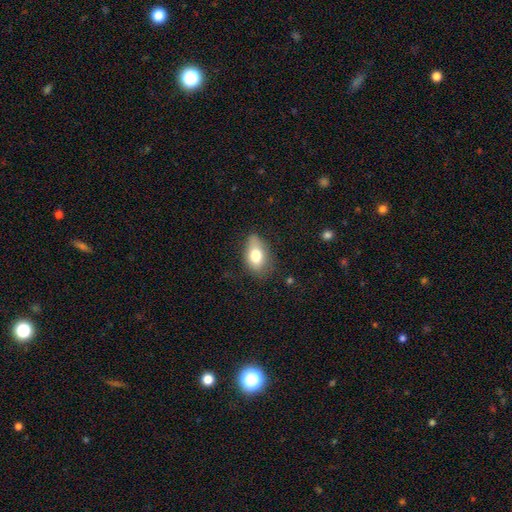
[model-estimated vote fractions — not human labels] A smooth galaxy with no disk features (75%) that is in between round and cigar-shaped (88%).

Vote fractions:
- Smooth or featured? smooth: 75% / featured or disk: 17% / star or artifact: 8%
- How rounded? in between: 88% / round: 10% / cigar-shaped: 2%
- Merging? none: 67% / minor disturbance: 25% / major disturbance: 7% / merger: 2%